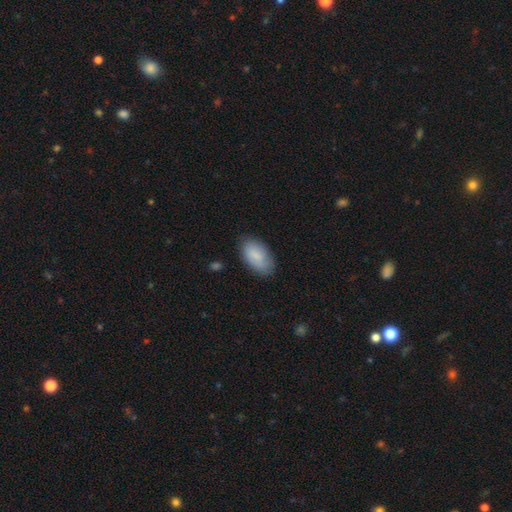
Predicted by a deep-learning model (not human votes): Q: Smooth or featured?
A: smooth (84%); runner-up: featured or disk (10%)
Q: How rounded?
A: in between (95%); runner-up: round (3%)
Q: Merging?
A: none (79%); runner-up: minor disturbance (16%)